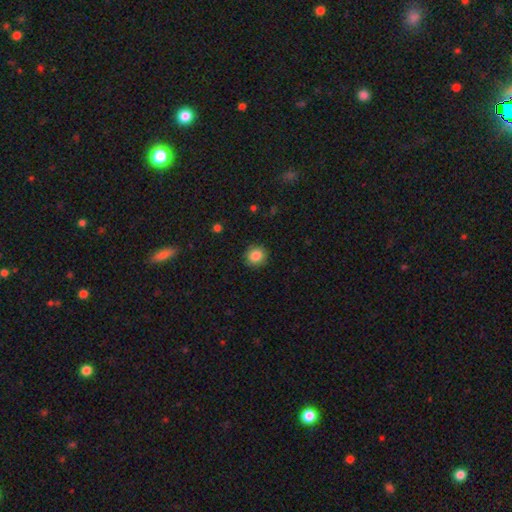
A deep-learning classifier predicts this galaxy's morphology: Q: Smooth or featured?
A: smooth (85%); runner-up: star or artifact (9%)
Q: How rounded?
A: round (88%); runner-up: in between (11%)
Q: Merging?
A: none (91%); runner-up: minor disturbance (7%)